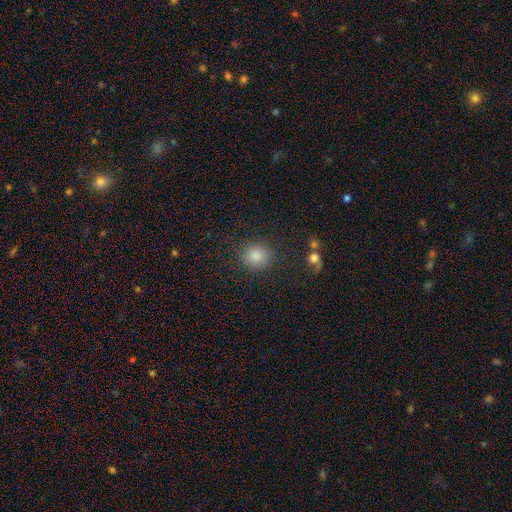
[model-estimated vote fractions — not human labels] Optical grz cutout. It shows a smooth galaxy with no disk features (83%) that is round (85%). Merging: none (87%).